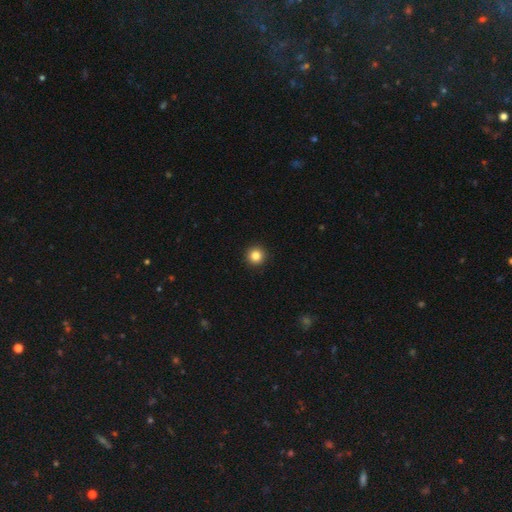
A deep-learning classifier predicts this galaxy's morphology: A smooth galaxy with no disk features (84%) that is round (96%). Merging: none (93%).